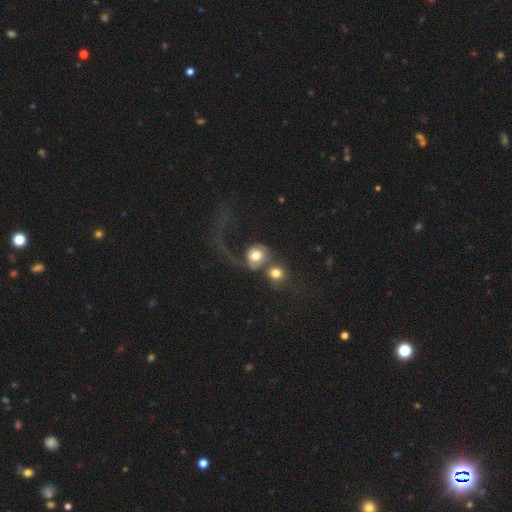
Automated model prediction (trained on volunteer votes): Morphology: type=smooth (52%); roundness=round (79%); merging=merger (56%).